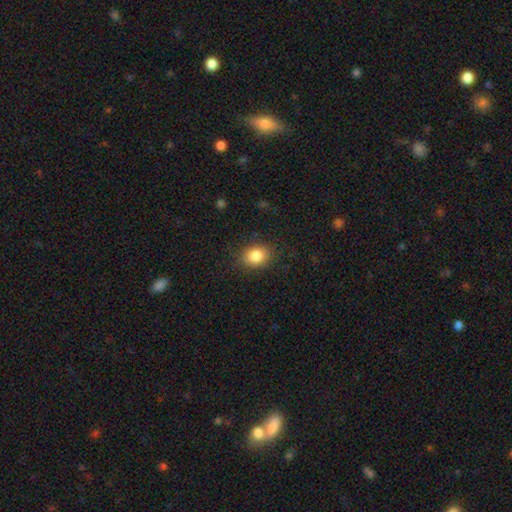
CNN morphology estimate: Q: Smooth or featured?
A: smooth (85%); runner-up: star or artifact (9%)
Q: How rounded?
A: in between (56%); runner-up: round (43%)
Q: Merging?
A: none (85%); runner-up: minor disturbance (11%)